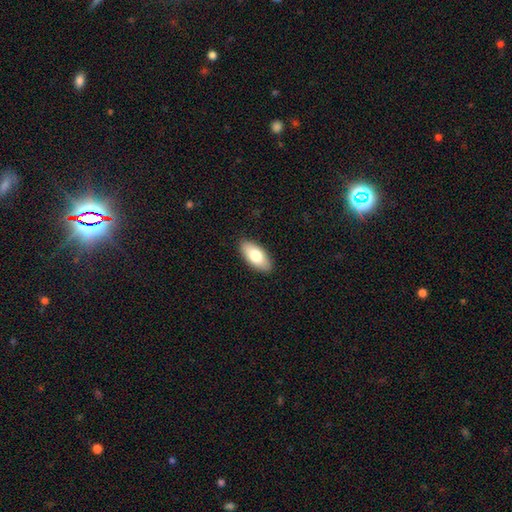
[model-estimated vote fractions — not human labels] smooth-or-featured: smooth: 77% | featured or disk: 17% | star or artifact: 6%
  how-rounded: in between: 90% | cigar-shaped: 8% | round: 2%
  merging: none: 89% | minor disturbance: 8% | major disturbance: 2% | merger: 1%